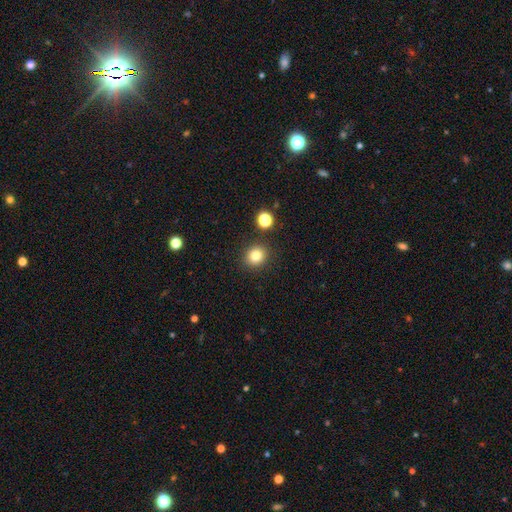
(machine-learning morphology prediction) Overall: smooth (81%). How rounded: round (79%). Merging: none (88%).